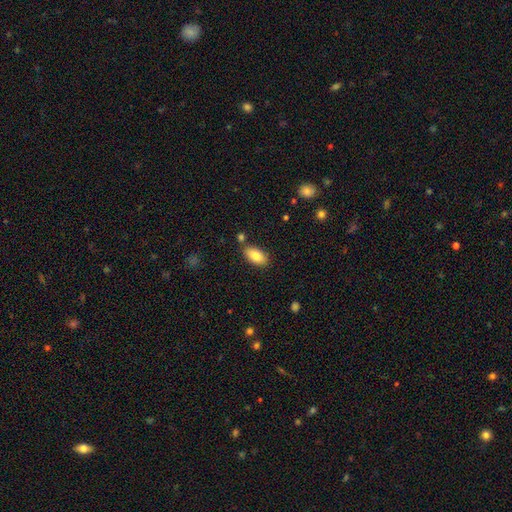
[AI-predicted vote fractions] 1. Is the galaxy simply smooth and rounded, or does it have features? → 82% smooth, 10% featured or disk, 7% star or artifact.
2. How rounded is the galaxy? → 92% in between, 4% cigar-shaped, 3% round.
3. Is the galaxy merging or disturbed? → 79% none, 12% minor disturbance, 6% merger, 3% major disturbance.